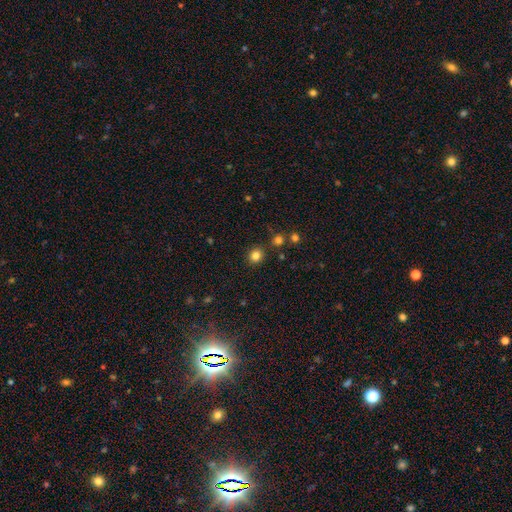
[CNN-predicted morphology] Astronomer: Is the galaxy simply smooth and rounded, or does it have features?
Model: smooth — 81%.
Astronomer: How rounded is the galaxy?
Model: round — 88%.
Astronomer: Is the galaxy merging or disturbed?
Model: none — 88%.